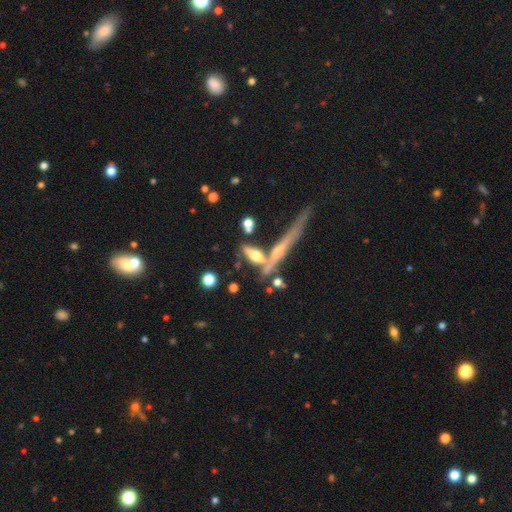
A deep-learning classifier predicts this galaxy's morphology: This is possibly a featured or disk galaxy (51%). It is clearly viewed edge-on (87%). Merging: possibly none (51%).